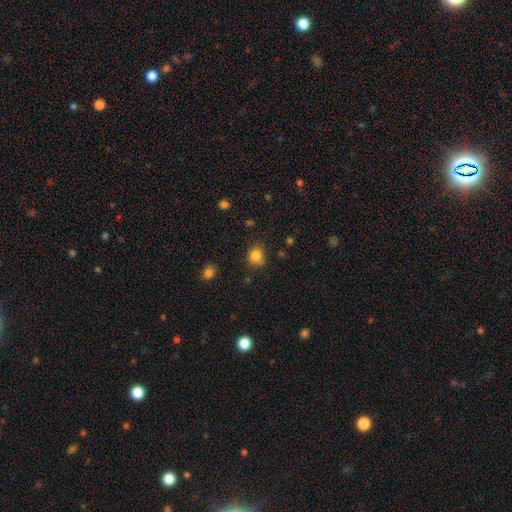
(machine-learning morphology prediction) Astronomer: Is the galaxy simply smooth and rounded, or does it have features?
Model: smooth — 84%.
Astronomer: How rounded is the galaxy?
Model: round — 75%.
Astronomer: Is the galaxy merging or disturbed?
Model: none — 78%.